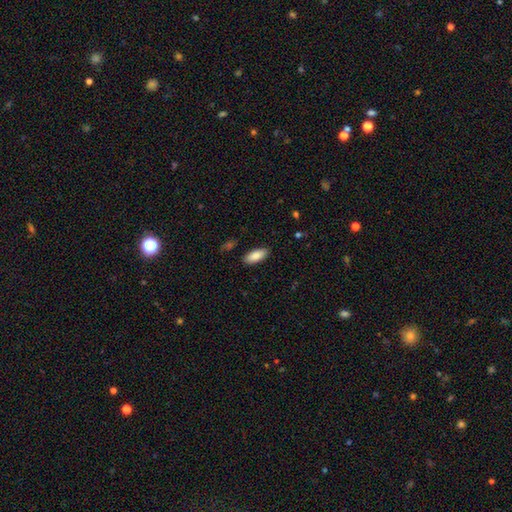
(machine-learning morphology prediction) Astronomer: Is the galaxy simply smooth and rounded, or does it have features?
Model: smooth — 86%.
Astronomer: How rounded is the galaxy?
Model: in between — 83%.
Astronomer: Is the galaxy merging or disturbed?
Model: none — 87%.